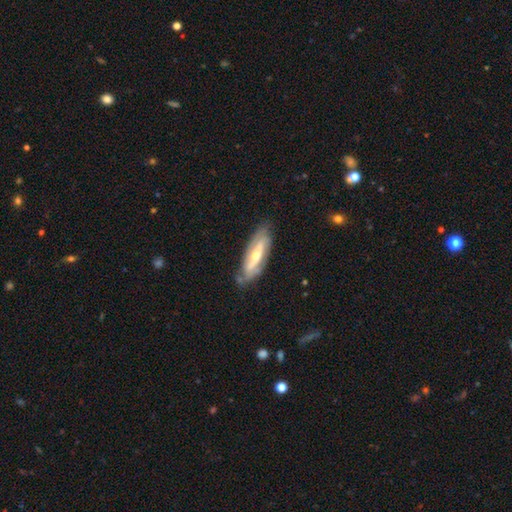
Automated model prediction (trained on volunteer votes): This is likely a featured or disk galaxy (72%). It is likely not viewed edge-on (76%). Bar: marginally no (36%). Spiral arm pattern: likely yes (77%). Central bulge: possibly moderate (55%). Merging: likely none (74%).